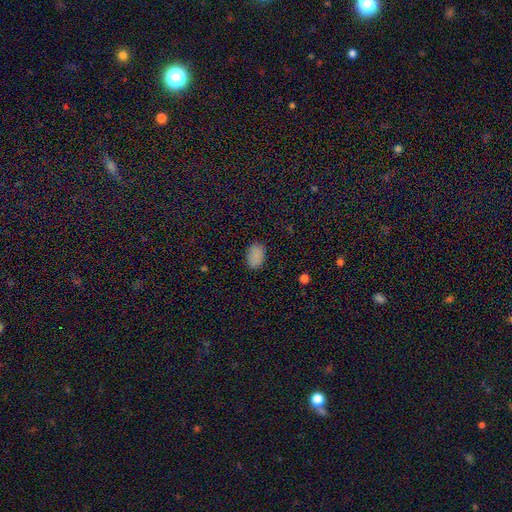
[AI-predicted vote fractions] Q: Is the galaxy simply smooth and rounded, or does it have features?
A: smooth — 86%.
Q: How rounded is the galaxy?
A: in between — 86%.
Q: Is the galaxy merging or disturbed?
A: none — 86%.